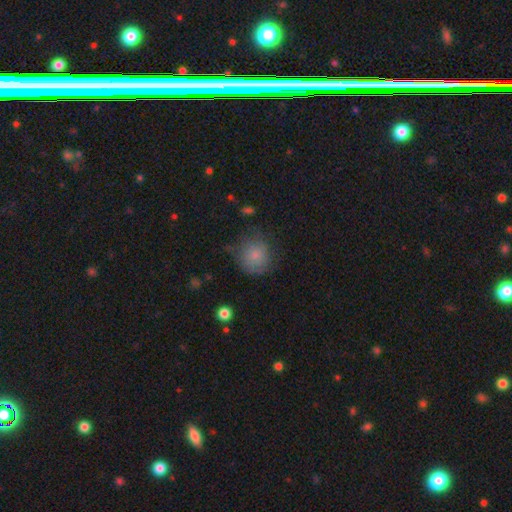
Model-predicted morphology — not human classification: A smooth galaxy with no disk features (79%) that is round (88%).

Vote fractions:
- Smooth or featured? smooth: 79% / featured or disk: 11% / star or artifact: 9%
- How rounded? round: 88% / in between: 11% / cigar-shaped: 1%
- Merging? none: 64% / minor disturbance: 25% / major disturbance: 9% / merger: 2%